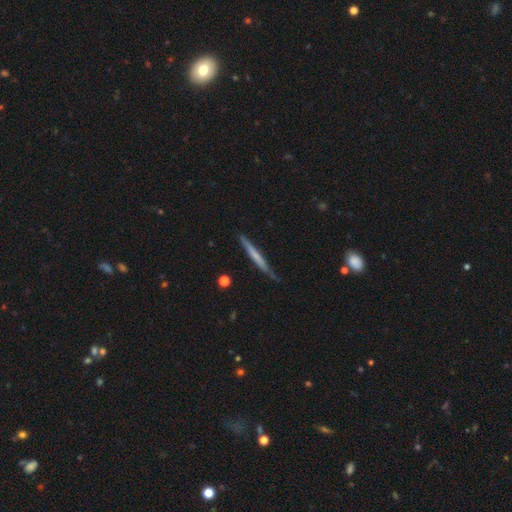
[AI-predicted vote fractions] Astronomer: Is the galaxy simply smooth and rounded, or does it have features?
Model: smooth — 49% (runner-up: featured or disk, 46%).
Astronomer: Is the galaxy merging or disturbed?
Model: none — 76%.